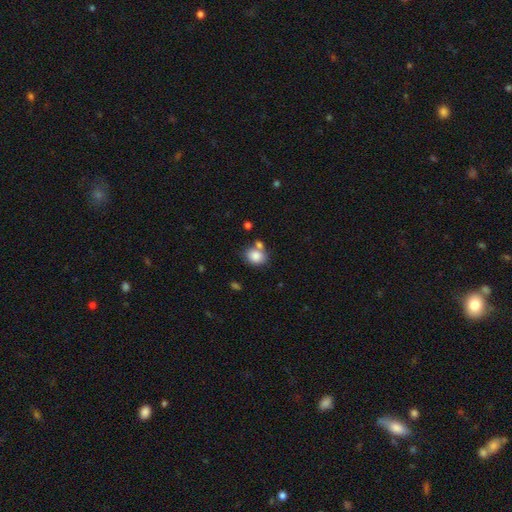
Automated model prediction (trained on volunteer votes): Morphology: type=smooth (84%); roundness=round (51%); merging=none (58%).